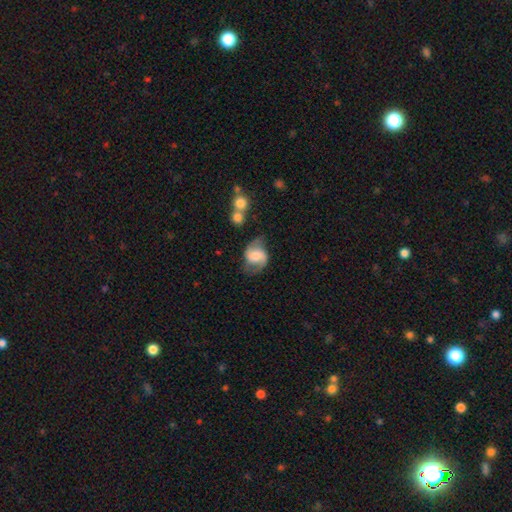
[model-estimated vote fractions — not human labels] The model was most divided on "bar": no: 45%, weak: 42%, strong: 14%. Remaining: edge-on disk — no (97%); spiral arms — yes (91%); spiral arm count — 2 (88%); smooth or featured — featured or disk (66%); merging — none (62%); bulge size — moderate (51%); spiral winding — medium (46%).